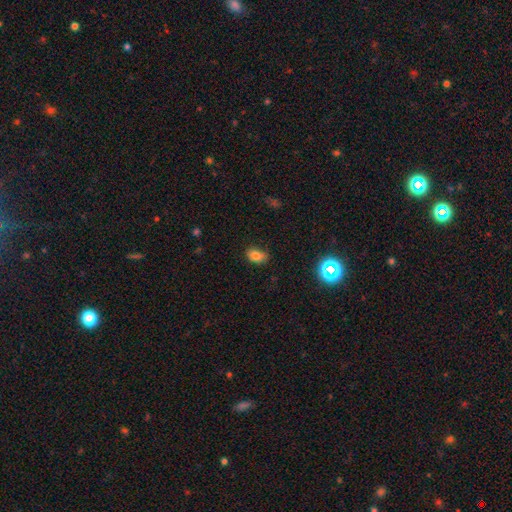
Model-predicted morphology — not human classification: type=smooth (80%); roundness=in between (78%); merging=none (71%).